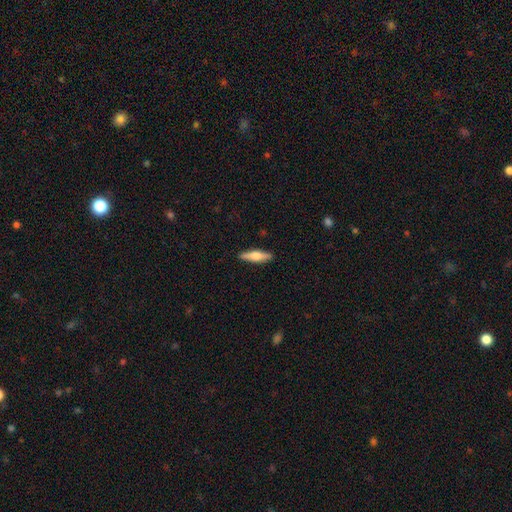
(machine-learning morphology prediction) This appears to be a smooth galaxy with no disk features (51%) that is cigar-shaped (70%). Merging: none (89%).